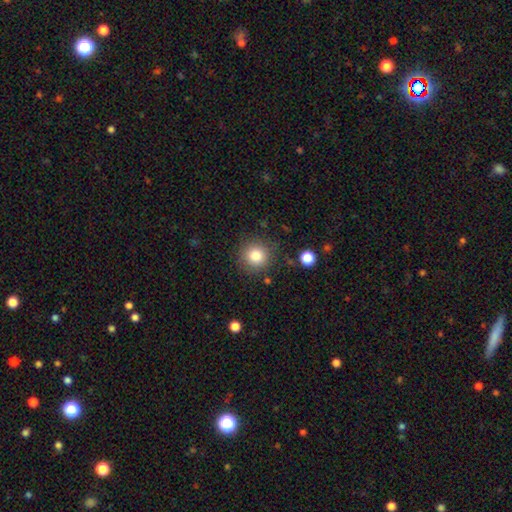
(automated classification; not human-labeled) Q: Smooth or featured?
A: smooth (83%); runner-up: star or artifact (11%)
Q: How rounded?
A: round (93%); runner-up: in between (6%)
Q: Merging?
A: none (85%); runner-up: minor disturbance (9%)